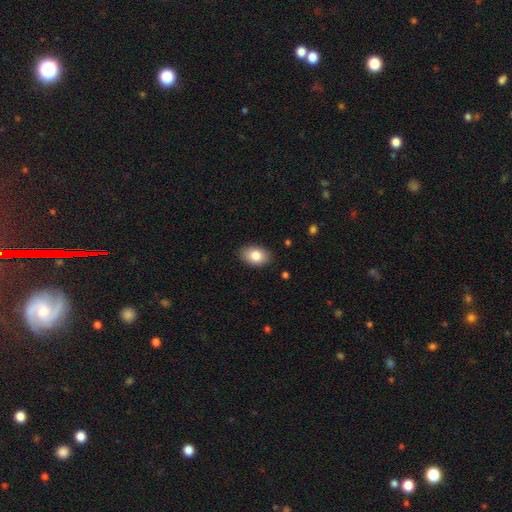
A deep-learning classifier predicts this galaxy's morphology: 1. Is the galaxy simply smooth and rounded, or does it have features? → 83% smooth, 10% featured or disk, 7% star or artifact.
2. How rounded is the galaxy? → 87% in between, 12% round, 1% cigar-shaped.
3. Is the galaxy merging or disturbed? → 88% none, 9% minor disturbance, 2% major disturbance, 1% merger.